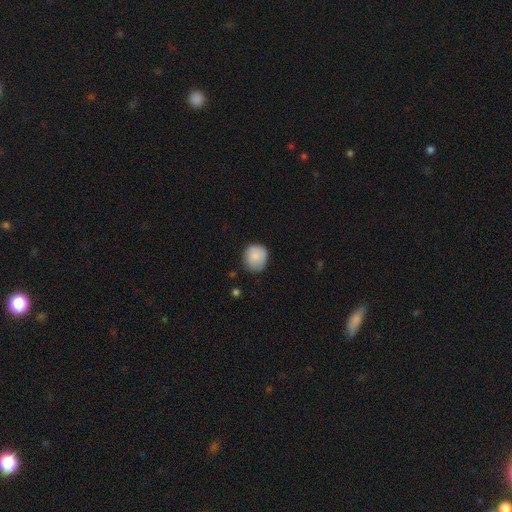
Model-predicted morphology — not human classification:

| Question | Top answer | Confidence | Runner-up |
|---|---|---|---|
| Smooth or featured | smooth | 86% | star or artifact (7%) |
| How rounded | round | 83% | in between (16%) |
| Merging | none | 76% | minor disturbance (19%) |